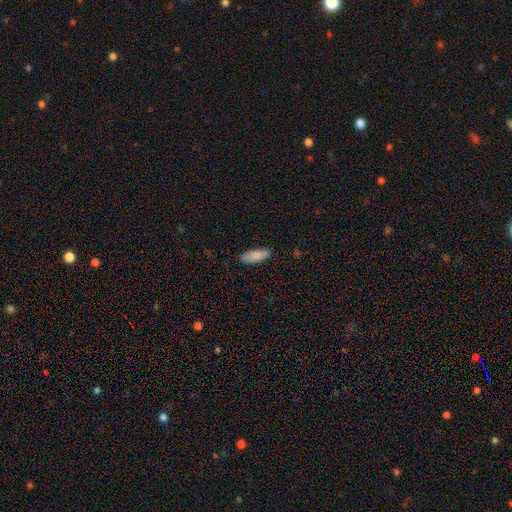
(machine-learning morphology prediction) Smooth or featured?
  - smooth: 86% *
  - featured or disk: 8%
  - star or artifact: 6%
How rounded?
  - in between: 64% *
  - cigar-shaped: 34%
  - round: 2%
Merging?
  - none: 85% *
  - minor disturbance: 12%
  - major disturbance: 2%
  - merger: 1%